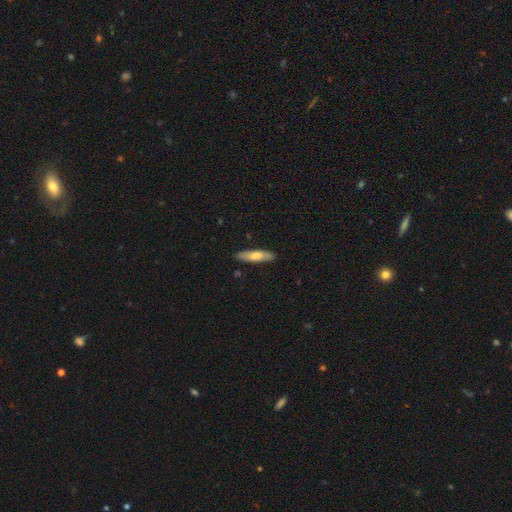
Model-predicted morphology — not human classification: Smooth or featured? smooth (67%)
How rounded? cigar-shaped (67%)
Merging? none (86%)